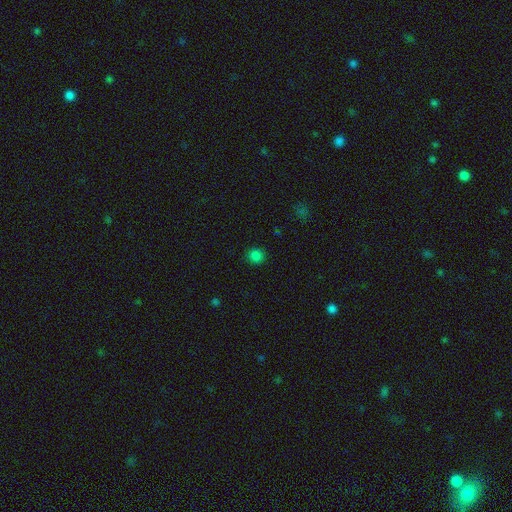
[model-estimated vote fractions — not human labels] smooth-or-featured: smooth: 82% | star or artifact: 15% | featured or disk: 3%
  how-rounded: round: 90% | in between: 9% | cigar-shaped: 1%
  merging: none: 91% | minor disturbance: 6% | major disturbance: 2% | merger: 1%